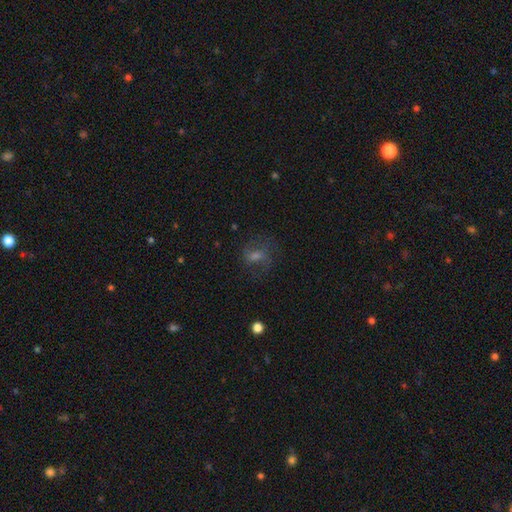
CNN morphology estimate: This appears to be a featured or disk galaxy (39%). Merging: none (66%).